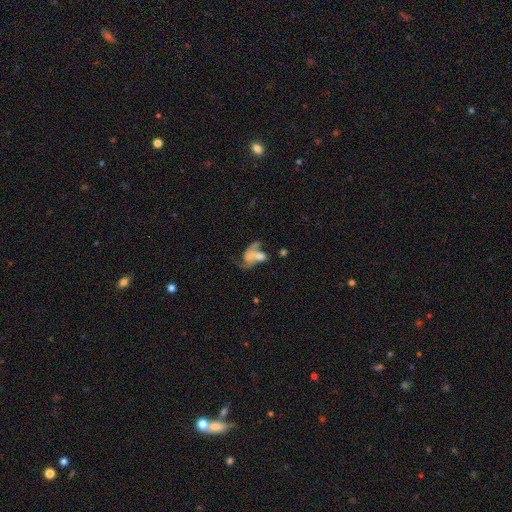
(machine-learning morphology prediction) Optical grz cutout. It shows a featured or disk galaxy (55%) with no bar (67%), spiral arms (65%) and no central bulge (37%). Merging: merger (40%).